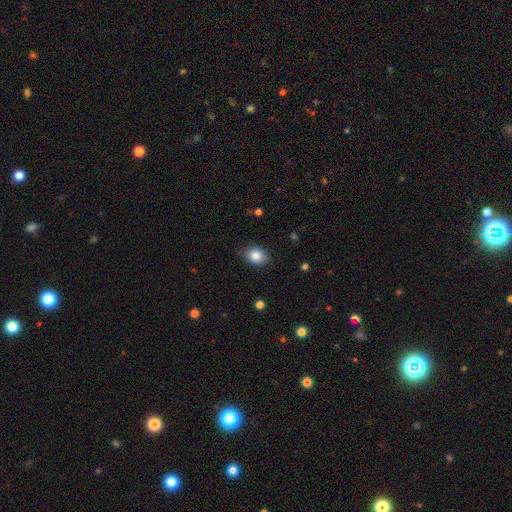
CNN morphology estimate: This is clearly a smooth galaxy (85%). How rounded: possibly in between (57%). Merging: clearly none (88%).